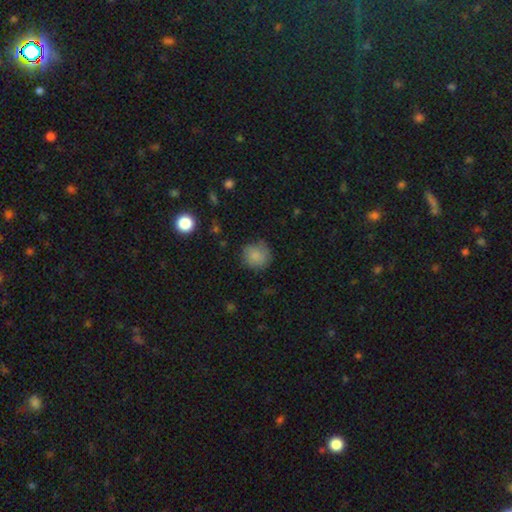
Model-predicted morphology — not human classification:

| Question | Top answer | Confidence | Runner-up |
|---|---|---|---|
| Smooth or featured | smooth | 83% | star or artifact (9%) |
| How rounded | round | 87% | in between (12%) |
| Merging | none | 70% | minor disturbance (23%) |